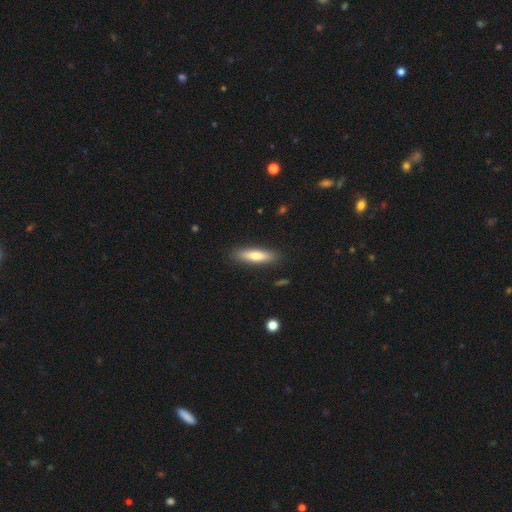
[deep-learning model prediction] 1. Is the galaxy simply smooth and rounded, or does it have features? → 71% smooth, 24% featured or disk, 6% star or artifact.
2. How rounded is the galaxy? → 69% cigar-shaped, 30% in between, 2% round.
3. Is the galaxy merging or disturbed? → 88% none, 9% minor disturbance, 2% major disturbance, 1% merger.